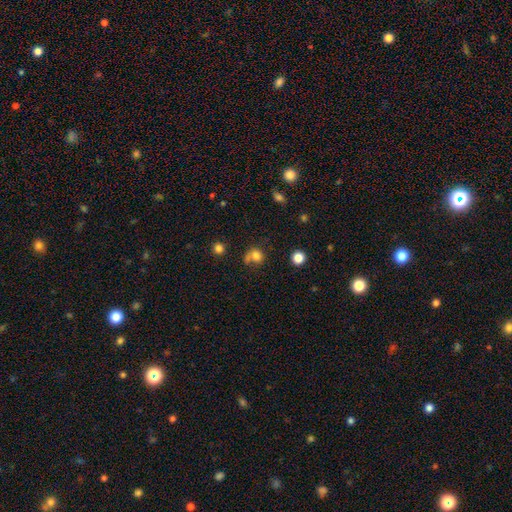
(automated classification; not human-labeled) Smooth or featured? smooth (75%)
How rounded? round (75%)
Merging? none (45%)